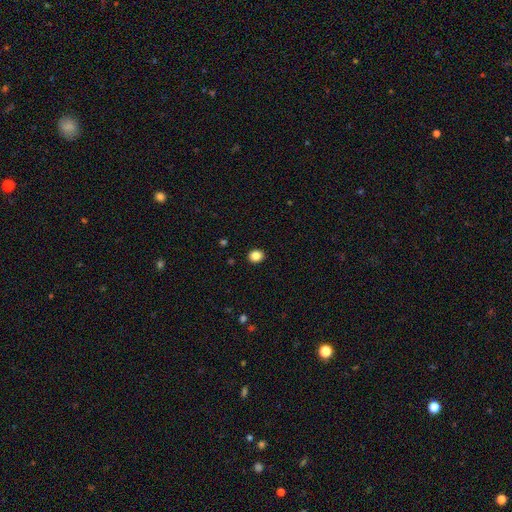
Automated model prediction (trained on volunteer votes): Smooth or featured: smooth — 86% (star or artifact — 10%)
How rounded: round — 75% (in between — 25%)
Merging: none — 92% (minor disturbance — 5%)